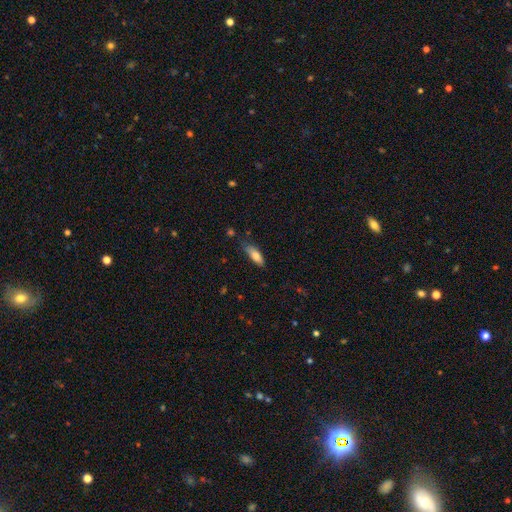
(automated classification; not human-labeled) A smooth galaxy with no disk features (79%) that is in between round and cigar-shaped (63%).

Vote fractions:
- Smooth or featured? smooth: 79% / featured or disk: 14% / star or artifact: 7%
- How rounded? in between: 63% / cigar-shaped: 36% / round: 2%
- Merging? none: 68% / minor disturbance: 25% / major disturbance: 5% / merger: 2%